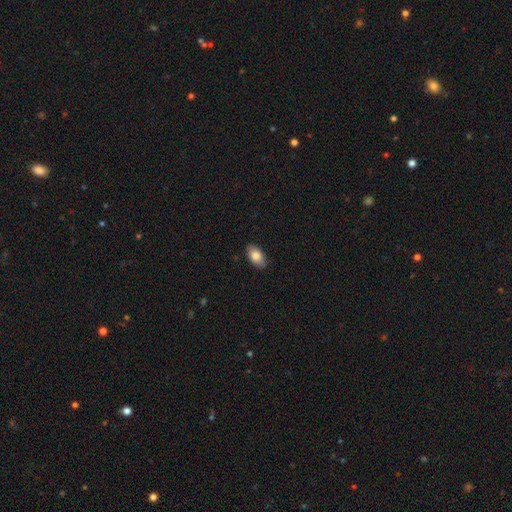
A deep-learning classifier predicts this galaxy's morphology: type=smooth (82%); roundness=in between (94%); merging=none (87%).